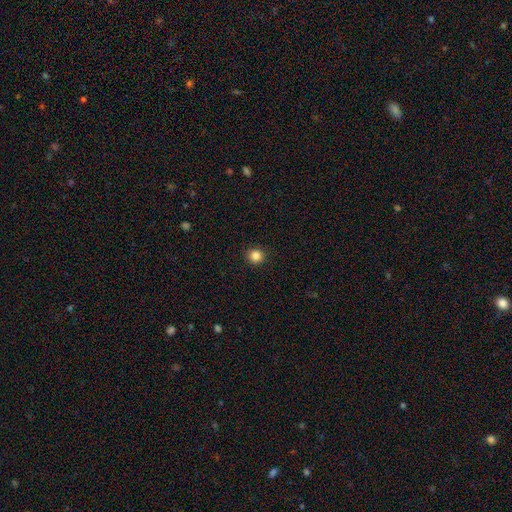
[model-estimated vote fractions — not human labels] Smooth or featured? Predicted: smooth (p=0.85). How rounded? Predicted: round (p=0.92). Merging? Predicted: none (p=0.92).